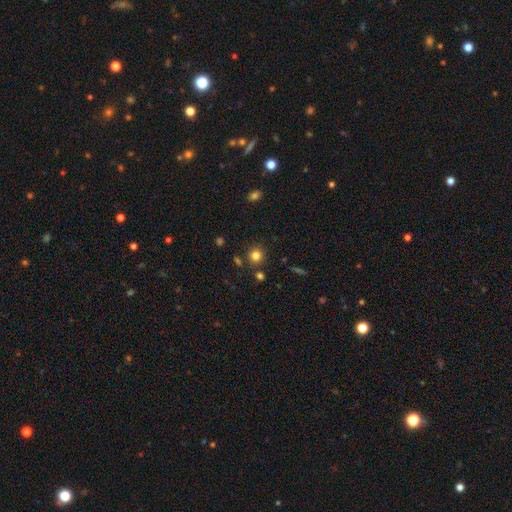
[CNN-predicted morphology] A smooth galaxy with no disk features (82%) that is round (90%).

Vote fractions:
- Smooth or featured? smooth: 82% / star or artifact: 13% / featured or disk: 6%
- How rounded? round: 90% / in between: 9% / cigar-shaped: 1%
- Merging? none: 83% / minor disturbance: 8% / merger: 6% / major disturbance: 3%